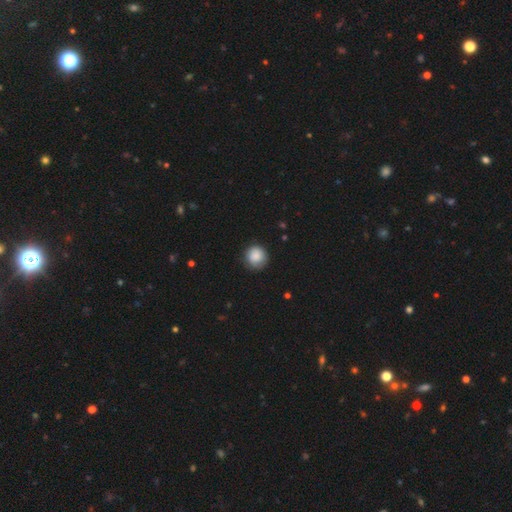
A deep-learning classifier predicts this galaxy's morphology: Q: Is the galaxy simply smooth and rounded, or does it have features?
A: smooth — 87%.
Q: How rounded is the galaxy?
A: round — 93%.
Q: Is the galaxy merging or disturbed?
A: none — 83%.